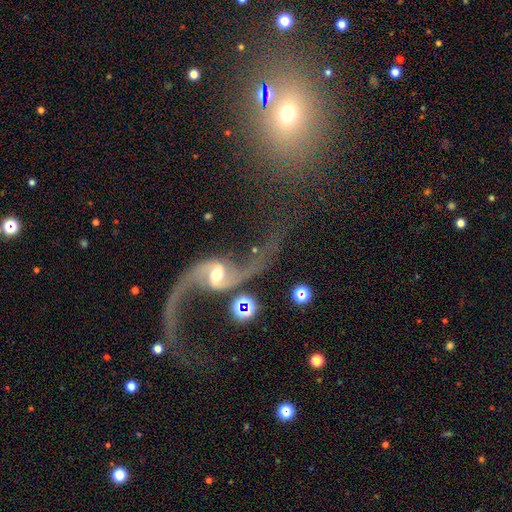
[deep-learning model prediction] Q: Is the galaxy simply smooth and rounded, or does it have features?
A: featured or disk — 88%.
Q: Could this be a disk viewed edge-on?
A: no — 95%.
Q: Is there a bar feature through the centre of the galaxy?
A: no — 49%.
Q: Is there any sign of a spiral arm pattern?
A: yes — 95%.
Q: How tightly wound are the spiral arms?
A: loose — 90%.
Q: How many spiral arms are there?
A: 2 — 90%.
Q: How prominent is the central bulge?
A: small — 49%.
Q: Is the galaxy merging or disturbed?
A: none — 47%.